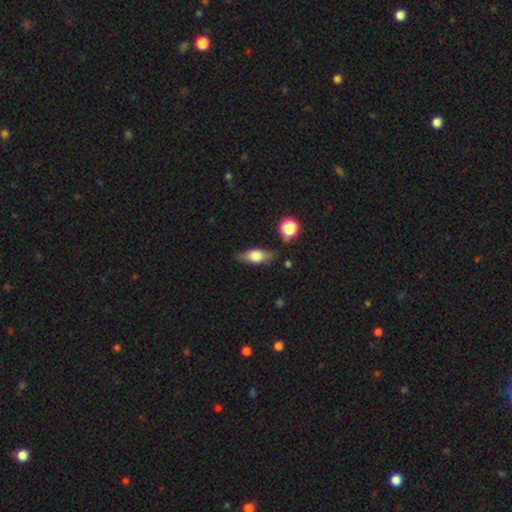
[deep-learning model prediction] smooth_or_featured: smooth (p=0.54) [alt: featured or disk p=0.38]
how_rounded: in between (p=0.69) [alt: cigar-shaped p=0.23]
merging: none (p=0.75) [alt: minor disturbance p=0.17]